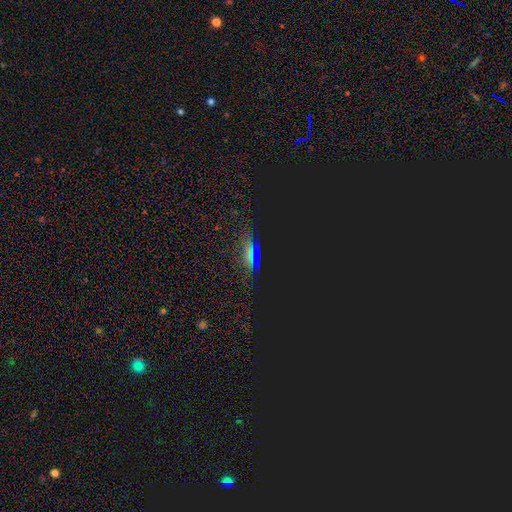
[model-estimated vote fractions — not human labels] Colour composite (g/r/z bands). It shows a star or artifact, not a galaxy (66%).